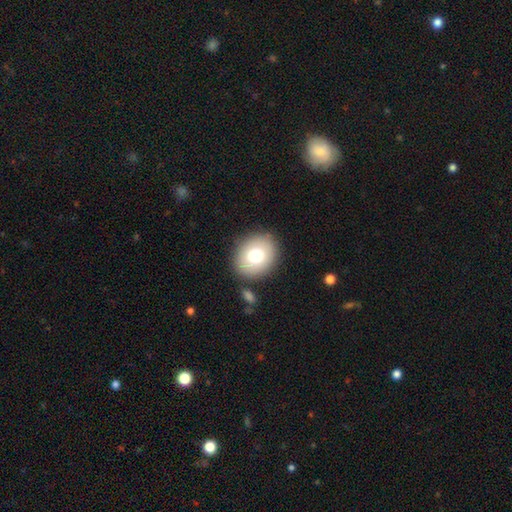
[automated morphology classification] A smooth galaxy with no disk features (75%) that is round (53%). Merging: none (84%).